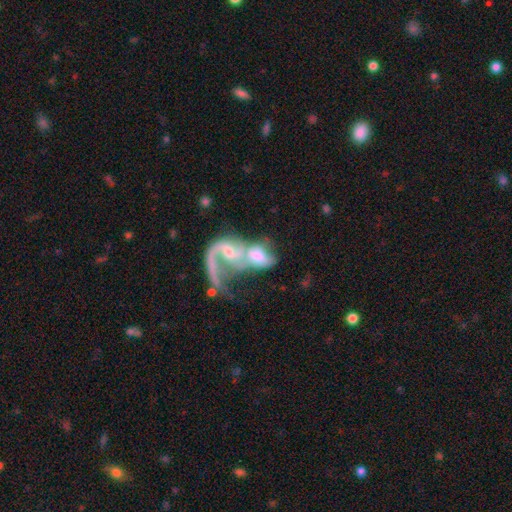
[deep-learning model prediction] This appears to be a featured or disk galaxy (74%) with no bar (51%), 1 (46%) loose (60%) spiral arms (82%) and a moderate central bulge (43%). Merging: merger (76%).